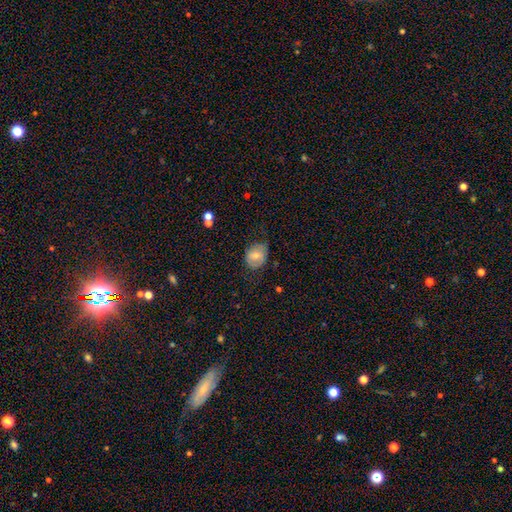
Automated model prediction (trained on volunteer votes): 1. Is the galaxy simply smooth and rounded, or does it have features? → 65% smooth, 27% featured or disk, 8% star or artifact.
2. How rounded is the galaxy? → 51% round, 48% in between, 1% cigar-shaped.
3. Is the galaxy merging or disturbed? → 59% none, 31% minor disturbance, 9% major disturbance, 2% merger.